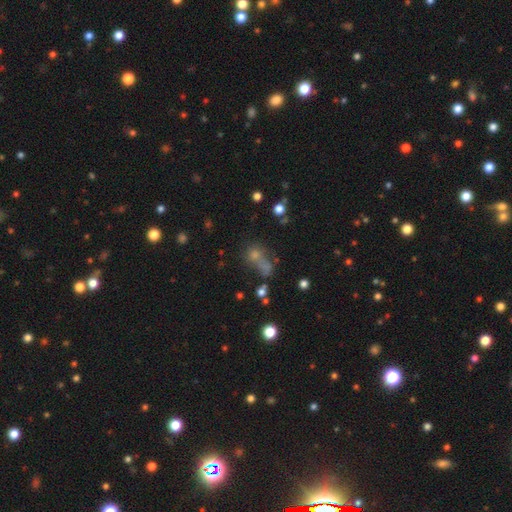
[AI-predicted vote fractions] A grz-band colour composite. It shows a smooth galaxy with no disk features (51%) that is round (54%). Merging: none (41%).